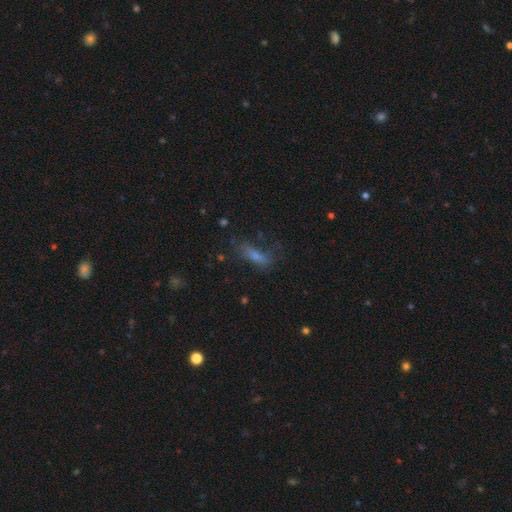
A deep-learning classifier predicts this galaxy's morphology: This is possibly a smooth galaxy (52%). How rounded: possibly in between (51%). Merging: possibly none (49%).